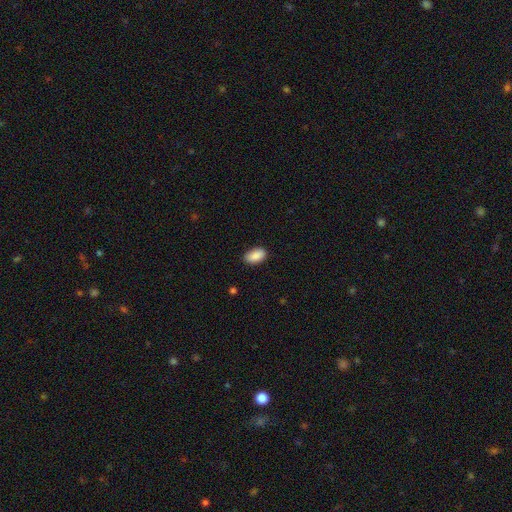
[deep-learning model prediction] smooth_or_featured: smooth (p=0.90) [alt: star or artifact p=0.07]
how_rounded: in between (p=0.94) [alt: round p=0.05]
merging: none (p=0.86) [alt: minor disturbance p=0.11]